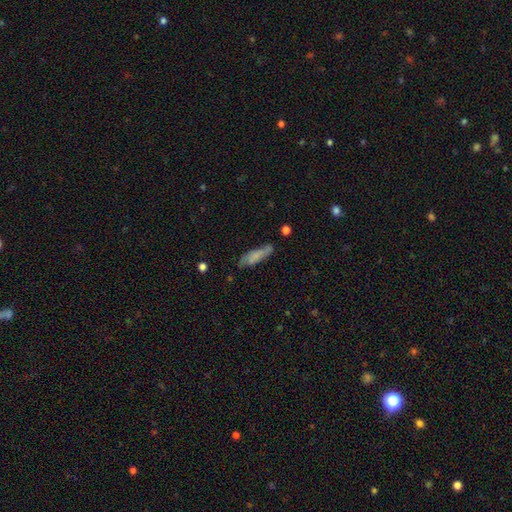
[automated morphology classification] type=smooth (67%); roundness=cigar-shaped (64%); merging=none (62%).